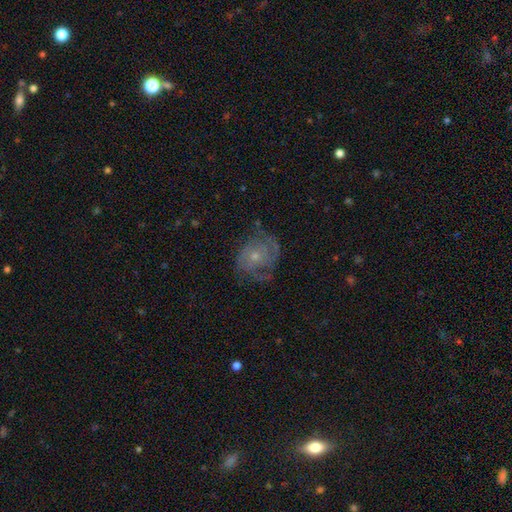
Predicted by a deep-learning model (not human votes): A featured or disk galaxy (73%) with no bar (82%), 2 (38%) tight (48%) spiral arms (88%) and a small central bulge (66%). Merging: none (63%).